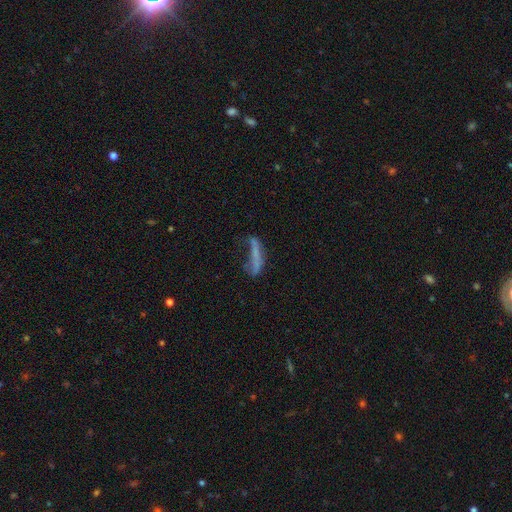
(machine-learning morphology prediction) Overall: smooth (47%; featured or disk 38%). Merging: major disturbance (37%; none 31%).